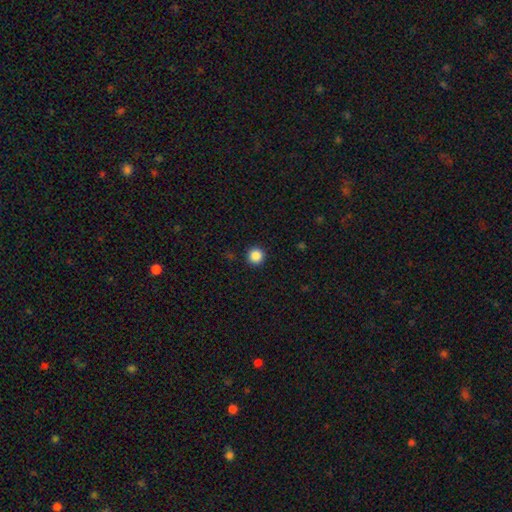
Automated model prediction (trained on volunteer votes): smooth_or_featured: smooth (p=0.87) [alt: star or artifact p=0.10]
how_rounded: round (p=0.96) [alt: in between p=0.03]
merging: none (p=0.93) [alt: minor disturbance p=0.04]